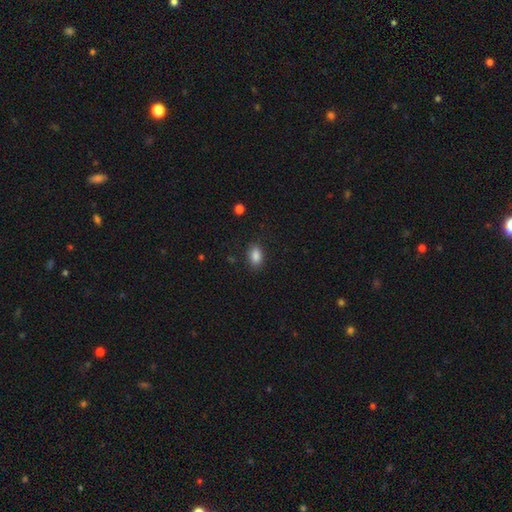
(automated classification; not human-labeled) Morphology: type=smooth (87%); roundness=in between (89%); merging=none (85%).